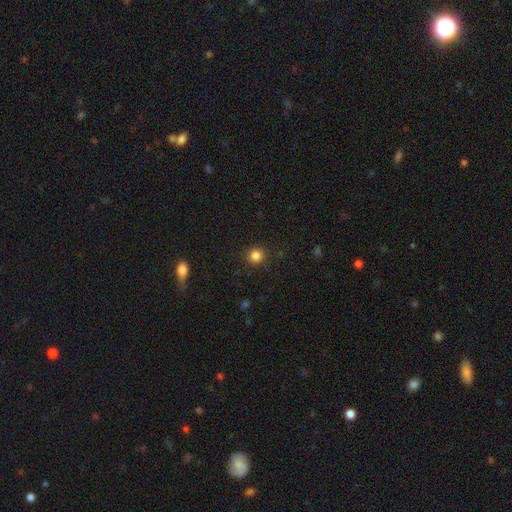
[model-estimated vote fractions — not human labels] A smooth galaxy with no disk features (85%) that is round (93%). Merging: none (91%).